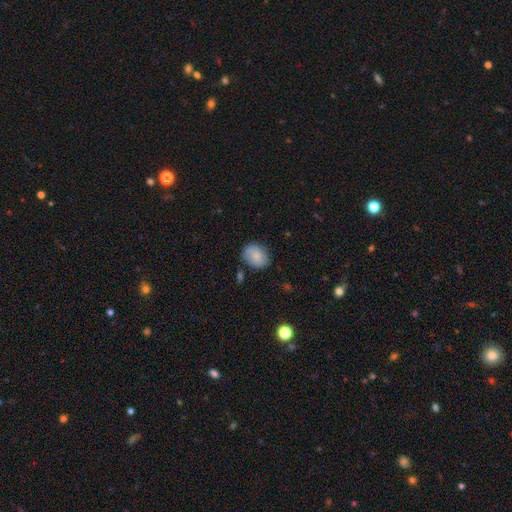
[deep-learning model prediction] This appears to be a smooth galaxy with no disk features (80%) that is in between round and cigar-shaped (54%). Merging: none (74%).